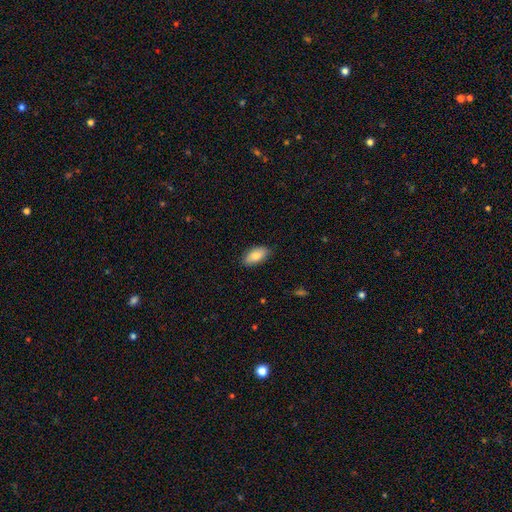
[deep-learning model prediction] This is clearly a smooth galaxy (83%). How rounded: clearly in between (92%). Merging: clearly none (85%).